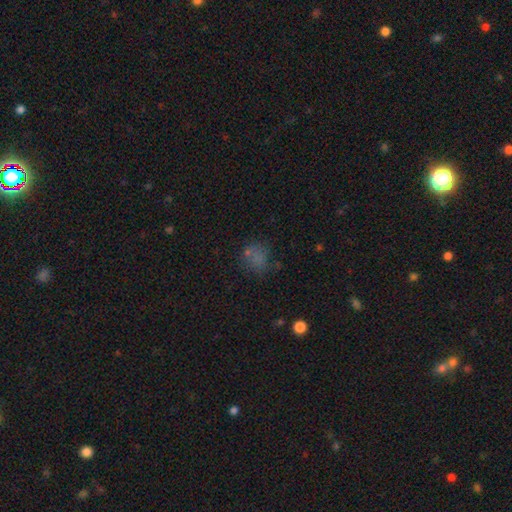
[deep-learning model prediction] The model was most divided on "smooth or featured": smooth: 51%, star or artifact: 35%, featured or disk: 13%. More confident: how rounded — round (74%); merging — none (72%).